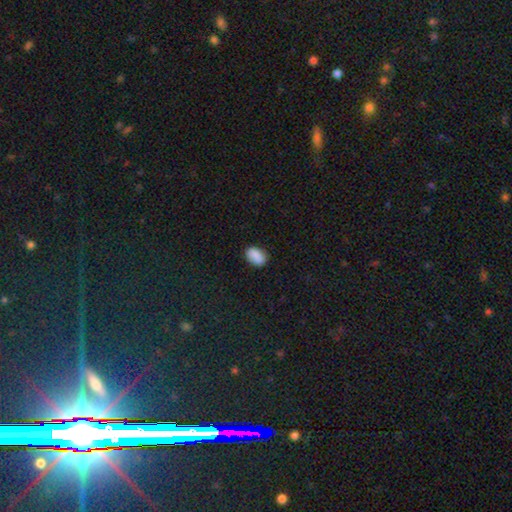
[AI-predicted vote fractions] Smooth or featured: smooth — 87% (star or artifact — 8%)
How rounded: in between — 85% (round — 14%)
Merging: none — 83% (minor disturbance — 13%)